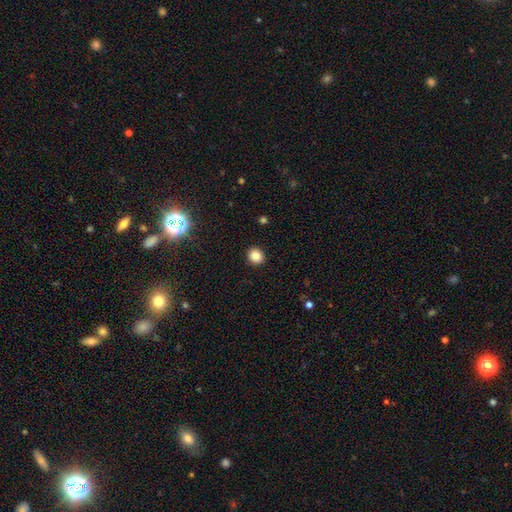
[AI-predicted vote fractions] smooth 85%, star or artifact 11%, featured or disk 3%. Down the decision tree: how rounded — round (81%); merging — none (92%).